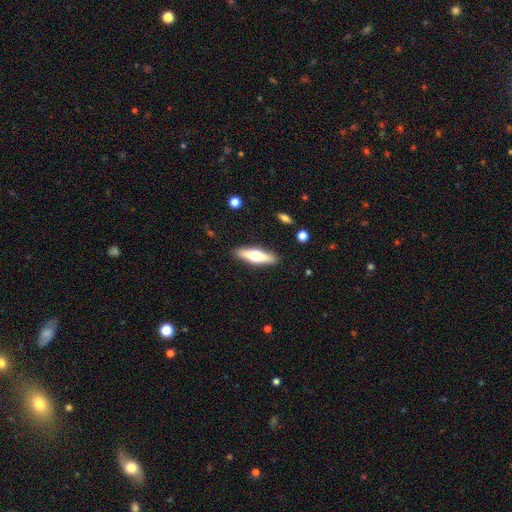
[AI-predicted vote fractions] Smooth or featured: smooth — 48% (featured or disk — 46%)
Merging: none — 89% (minor disturbance — 8%)